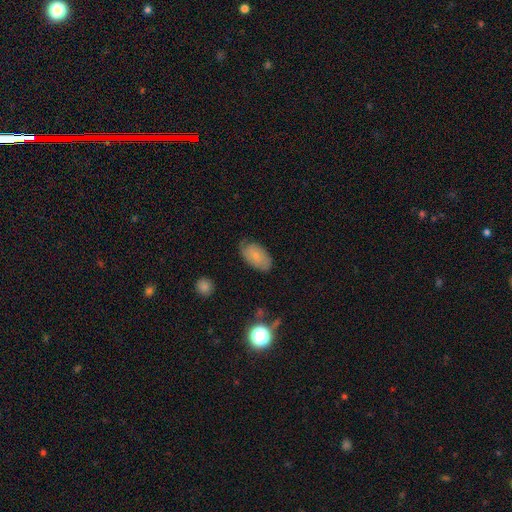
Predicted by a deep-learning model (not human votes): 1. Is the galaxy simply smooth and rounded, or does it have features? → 70% smooth, 21% featured or disk, 9% star or artifact.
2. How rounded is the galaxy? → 94% in between, 5% round, 2% cigar-shaped.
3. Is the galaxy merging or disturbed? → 71% none, 22% minor disturbance, 6% major disturbance, 1% merger.